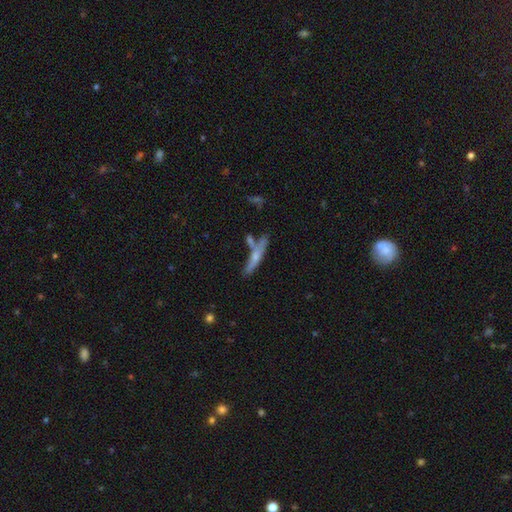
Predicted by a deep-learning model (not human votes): Smooth or featured? Predicted: featured or disk (p=0.48). Merging? Predicted: none (p=0.58).